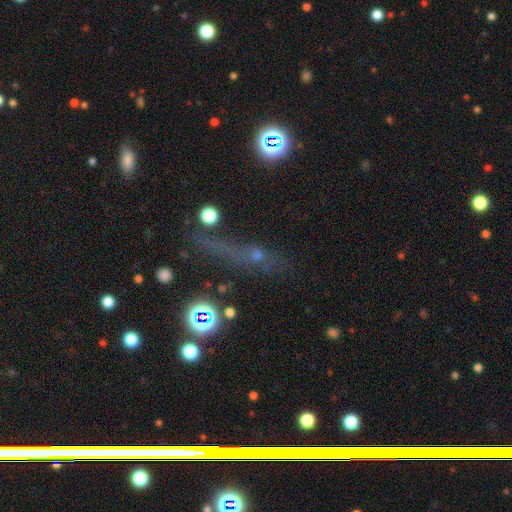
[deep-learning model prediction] smooth_or_featured: star or artifact (p=0.37) [alt: smooth p=0.36]